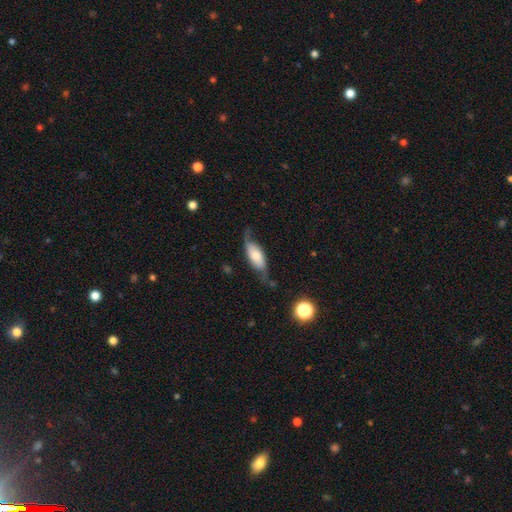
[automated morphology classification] Smooth or featured? smooth (48%)
Merging? none (51%)